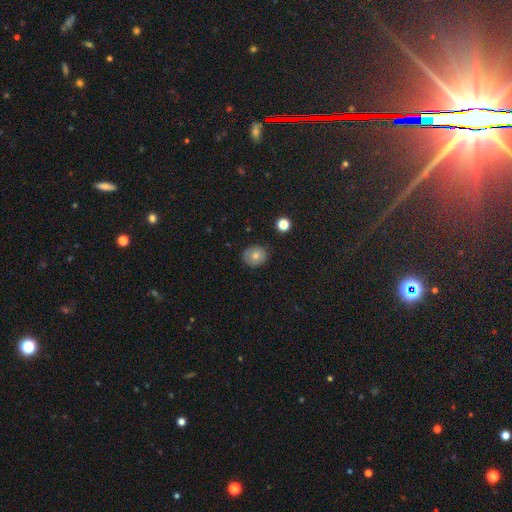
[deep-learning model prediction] smooth_or_featured: smooth (p=0.72) [alt: featured or disk p=0.17]
how_rounded: round (p=0.75) [alt: in between p=0.25]
merging: none (p=0.85) [alt: minor disturbance p=0.12]